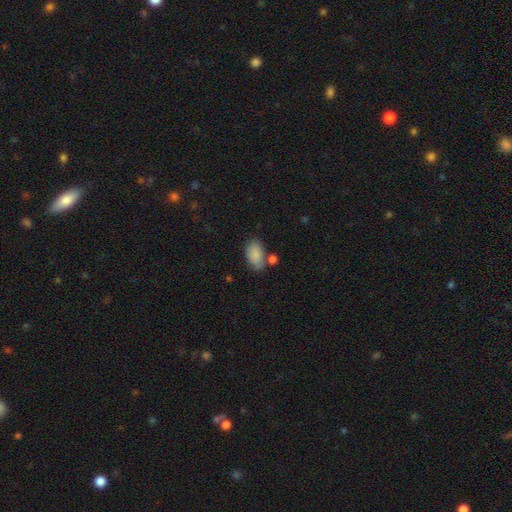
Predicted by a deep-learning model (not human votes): smooth_or_featured: smooth (p=0.87) [alt: star or artifact p=0.07]
how_rounded: in between (p=0.92) [alt: round p=0.06]
merging: none (p=0.64) [alt: minor disturbance p=0.18]